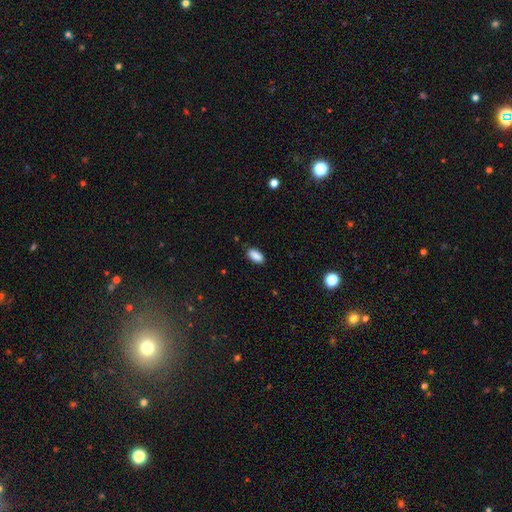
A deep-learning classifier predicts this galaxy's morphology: smooth 89%, star or artifact 8%, featured or disk 3%. Down the decision tree: how rounded — in between (91%); merging — none (86%).